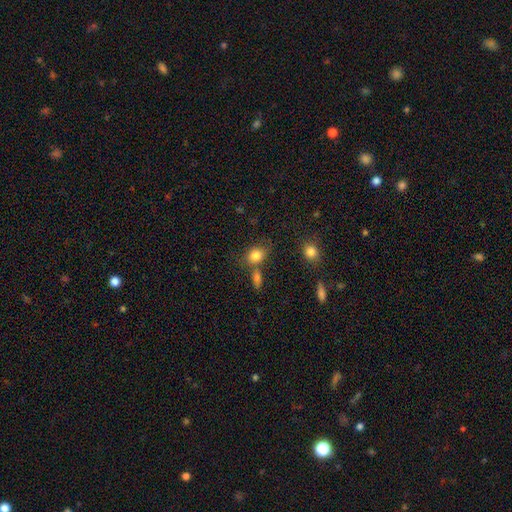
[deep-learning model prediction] Q: Smooth or featured?
A: smooth (82%); runner-up: star or artifact (10%)
Q: How rounded?
A: in between (60%); runner-up: round (38%)
Q: Merging?
A: none (56%); runner-up: merger (24%)